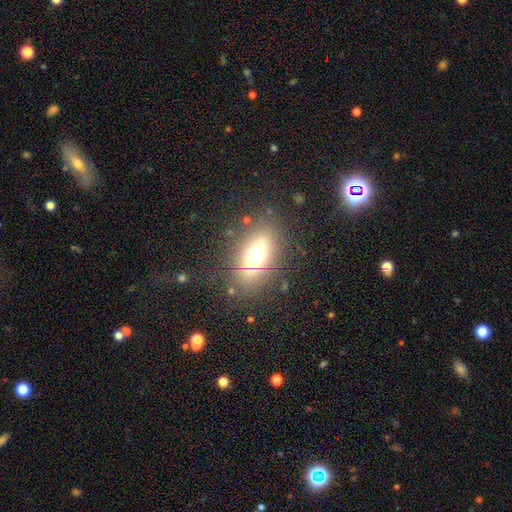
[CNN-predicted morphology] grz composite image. It shows a smooth galaxy with no disk features (52%) that is in between round and cigar-shaped (74%). Merging: none (78%).